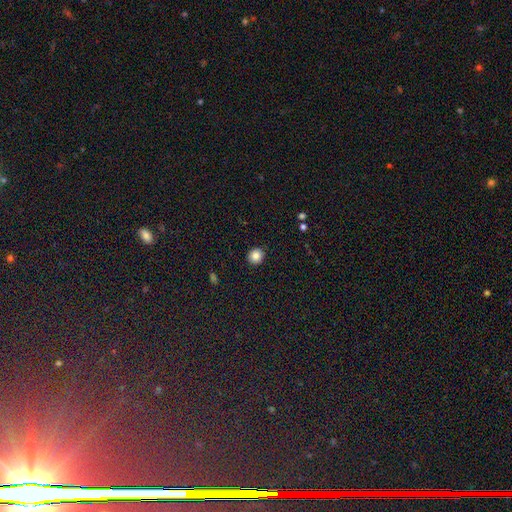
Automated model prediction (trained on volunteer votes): Q: Smooth or featured?
A: smooth (85%); runner-up: star or artifact (10%)
Q: How rounded?
A: round (87%); runner-up: in between (12%)
Q: Merging?
A: none (92%); runner-up: minor disturbance (5%)